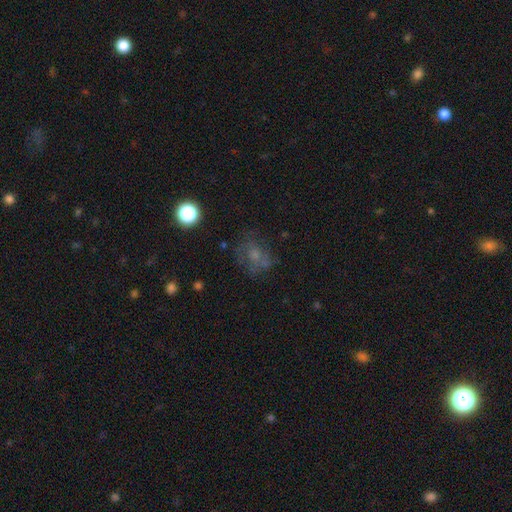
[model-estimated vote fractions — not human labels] Smooth or featured: smooth — 46% (featured or disk — 32%)
Merging: none — 55% (minor disturbance — 22%)